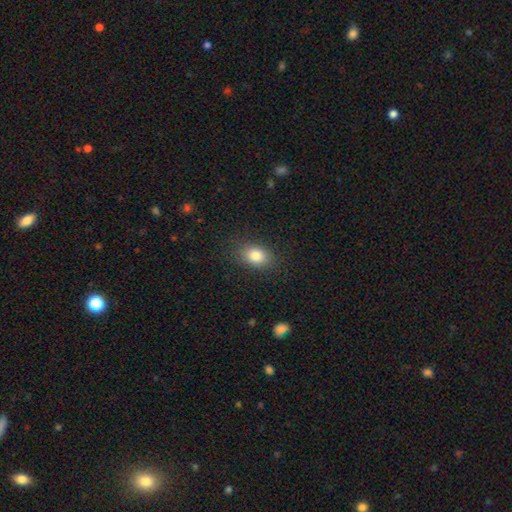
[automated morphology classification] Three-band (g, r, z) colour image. It shows a smooth galaxy with no disk features (83%) that is in between round and cigar-shaped (75%). Merging: none (85%).